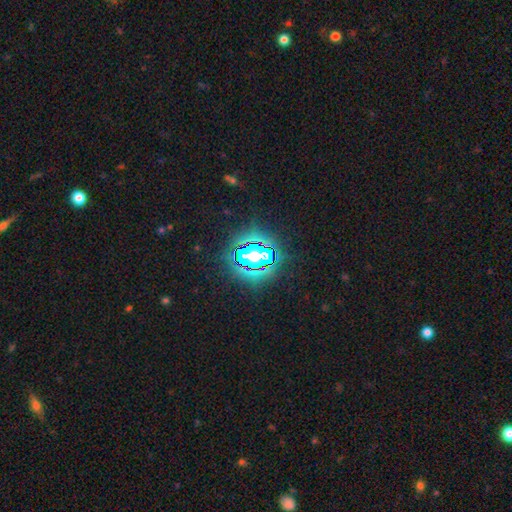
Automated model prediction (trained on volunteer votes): Morphology: type=star or artifact (73%).